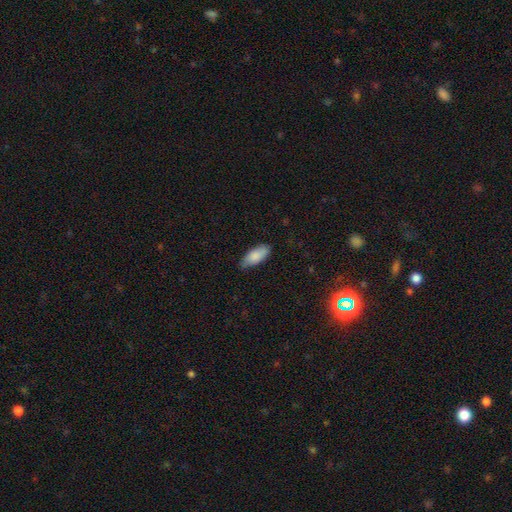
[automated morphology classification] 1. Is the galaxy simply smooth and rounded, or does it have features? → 85% smooth, 10% featured or disk, 6% star or artifact.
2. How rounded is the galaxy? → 85% in between, 13% cigar-shaped, 2% round.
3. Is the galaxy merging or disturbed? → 77% none, 19% minor disturbance, 3% major disturbance, 1% merger.